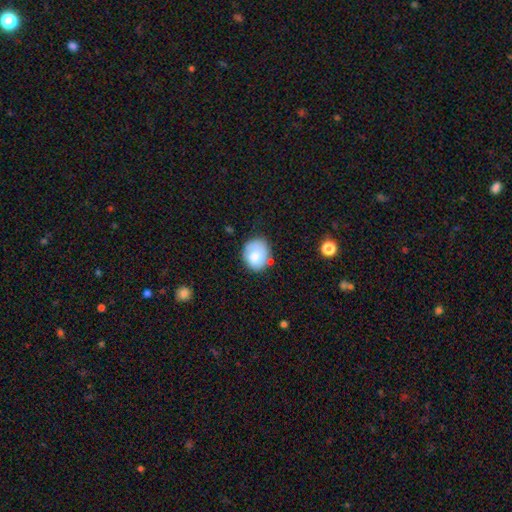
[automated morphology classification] Smooth or featured? smooth (72%)
How rounded? round (57%)
Merging? none (65%)